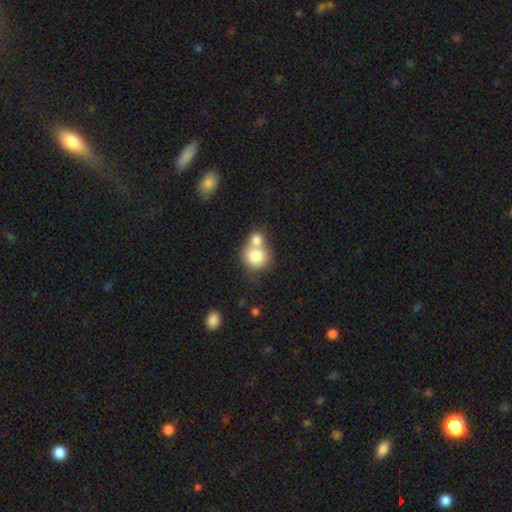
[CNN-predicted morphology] Smooth or featured? Predicted: smooth (p=0.77). How rounded? Predicted: round (p=0.77). Merging? Predicted: merger (p=0.59).